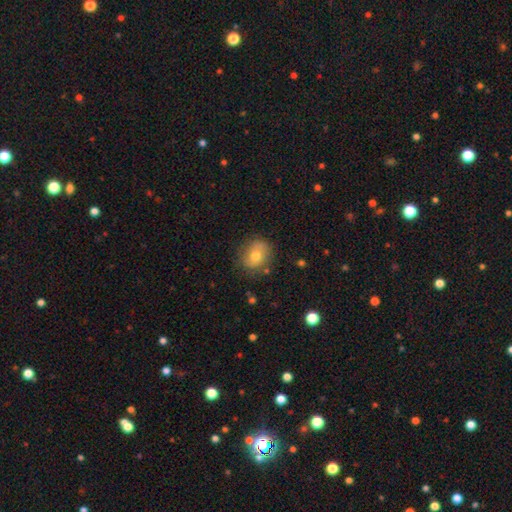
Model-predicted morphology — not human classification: The model was most divided on "smooth or featured": smooth: 64%, featured or disk: 27%, star or artifact: 9%. More confident: merging — none (77%); how rounded — round (68%).